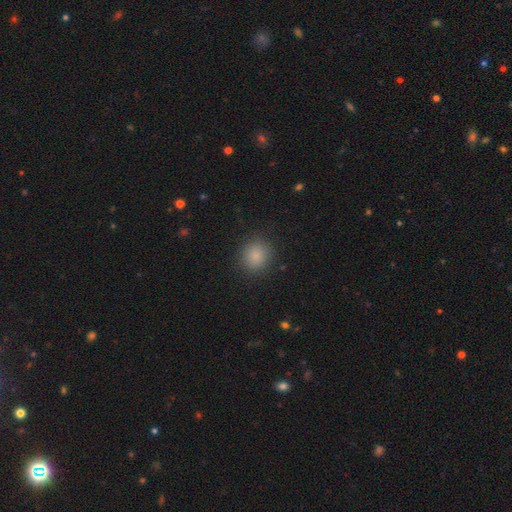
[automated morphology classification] smooth-or-featured: smooth: 85% | star or artifact: 10% | featured or disk: 4%
  how-rounded: round: 82% | in between: 17% | cigar-shaped: 1%
  merging: none: 89% | minor disturbance: 7% | major disturbance: 3% | merger: 1%